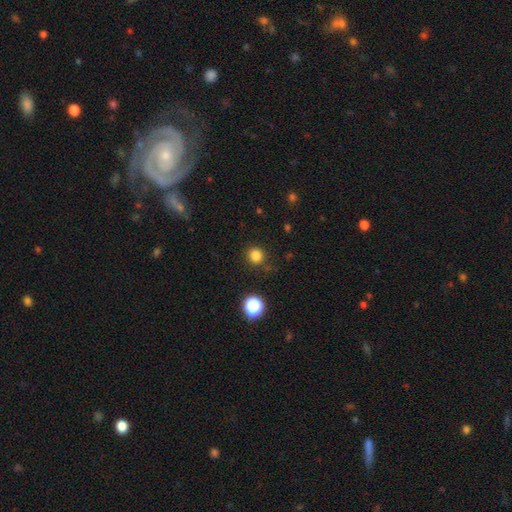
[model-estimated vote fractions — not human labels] Q: Smooth or featured?
A: smooth (82%); runner-up: star or artifact (14%)
Q: How rounded?
A: round (90%); runner-up: in between (9%)
Q: Merging?
A: none (88%); runner-up: minor disturbance (8%)